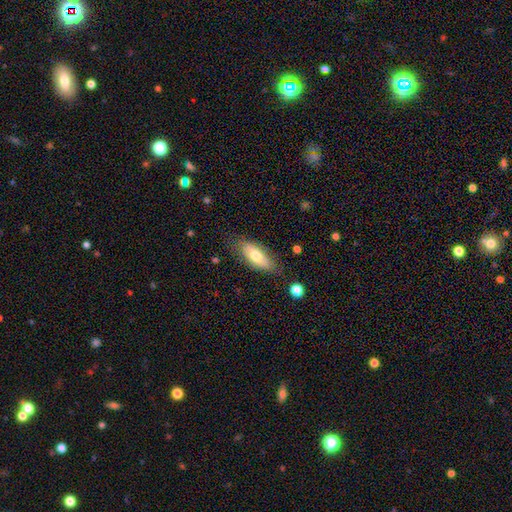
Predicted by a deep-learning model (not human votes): Smooth or featured?
  - smooth: 66% *
  - featured or disk: 28%
  - star or artifact: 6%
How rounded?
  - in between: 78% *
  - cigar-shaped: 20%
  - round: 2%
Merging?
  - none: 76% *
  - minor disturbance: 18%
  - major disturbance: 4%
  - merger: 2%